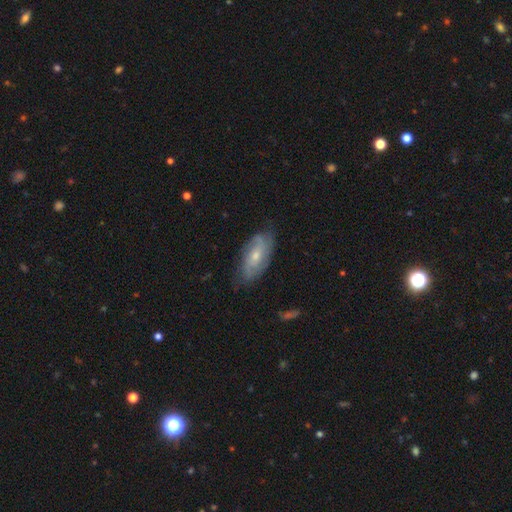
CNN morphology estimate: Smooth or featured? featured or disk (61%)
Edge-on disk? no (89%)
Bar? no (66%)
Spiral arms? yes (83%)
Bulge size? small (50%)
Merging? none (72%)